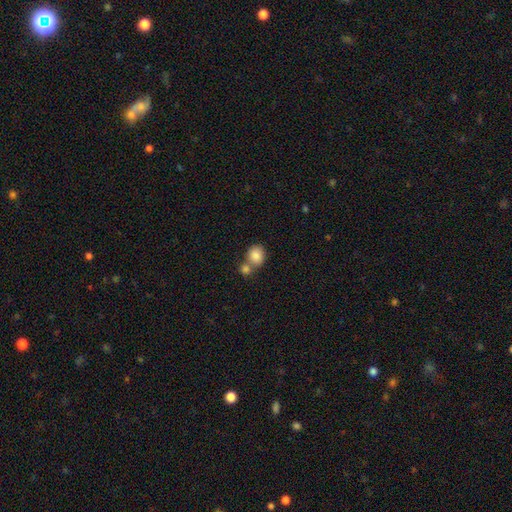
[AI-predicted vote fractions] smooth_or_featured: smooth (p=0.85) [alt: star or artifact p=0.08]
how_rounded: round (p=0.66) [alt: in between p=0.33]
merging: merger (p=0.46) [alt: none p=0.42]